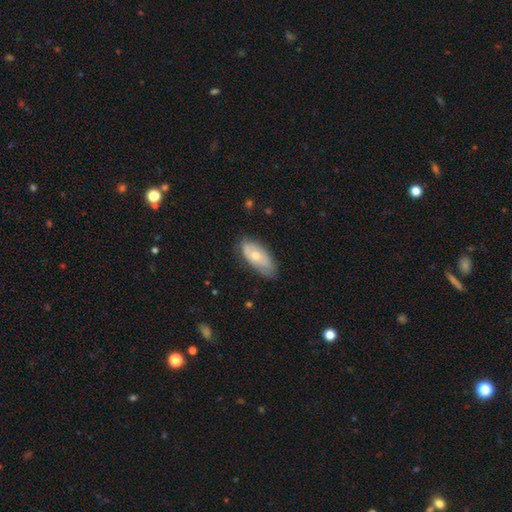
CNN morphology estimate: smooth 58%, featured or disk 36%, star or artifact 6%. Down the decision tree: how rounded — in between (90%); merging — none (69%).